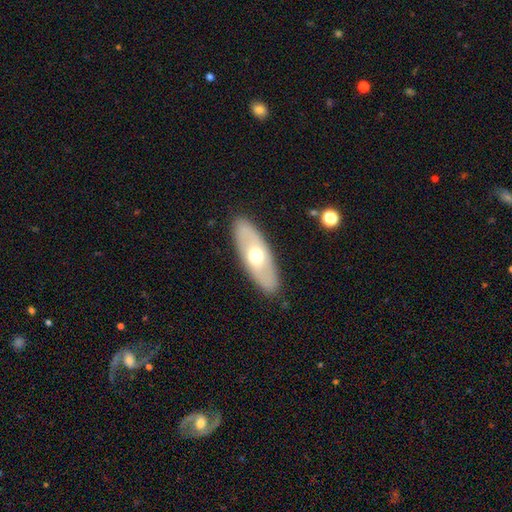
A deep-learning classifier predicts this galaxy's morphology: A smooth galaxy with no disk features (50%).

Vote fractions:
- Smooth or featured? smooth: 50% / featured or disk: 45% / star or artifact: 5%
- Merging? none: 88% / minor disturbance: 8% / major disturbance: 3% / merger: 1%